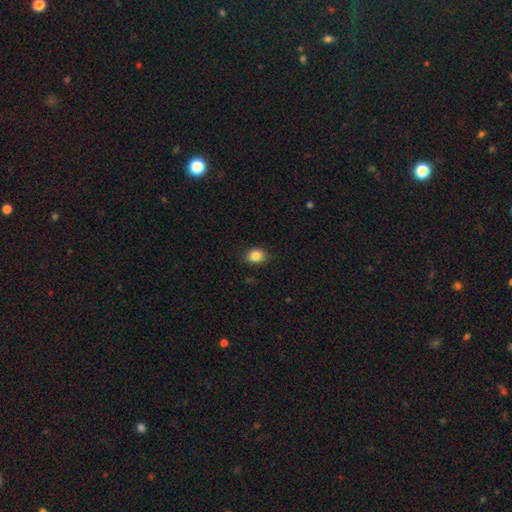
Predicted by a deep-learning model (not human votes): Morphology: type=smooth (86%); roundness=in between (52%); merging=none (84%).